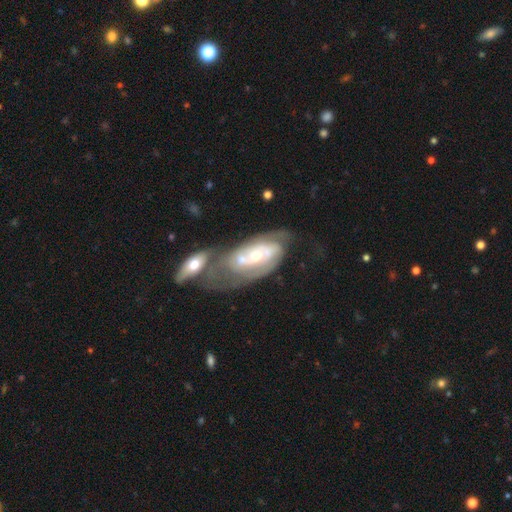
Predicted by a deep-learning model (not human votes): A featured or disk galaxy (81%) with no bar (63%), 2 (51%) tight (56%) spiral arms (87%) and a moderate central bulge (58%).

Vote fractions:
- Smooth or featured? featured or disk: 81% / smooth: 14% / star or artifact: 5%
- Edge-on disk? no: 94% / yes: 6%
- Bar? no: 63% / weak: 27% / strong: 10%
- Spiral arms? yes: 87% / no: 13%
- Spiral winding? tight: 56% / medium: 32% / loose: 12%
- Spiral arm count? 2: 51% / can't tell: 34% / 3: 5% / 1: 5% / 4: 2% / more than 4: 2%
- Bulge size? moderate: 58% / small: 34% / large: 6% / none: 2% / dominant: 1%
- Merging? merger: 54% / none: 21% / minor disturbance: 13% / major disturbance: 12%